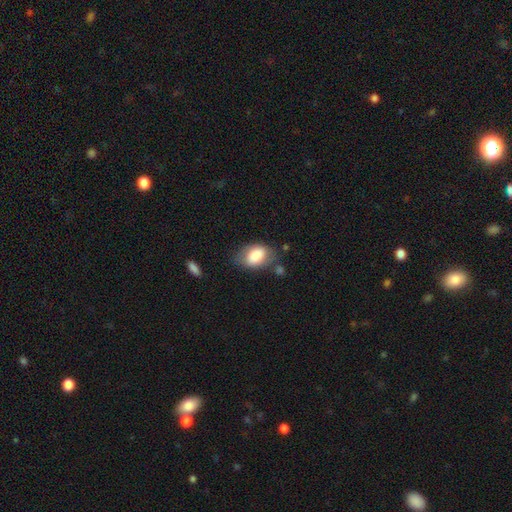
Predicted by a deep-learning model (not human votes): Smooth or featured?
  - smooth: 81% *
  - featured or disk: 12%
  - star or artifact: 7%
How rounded?
  - in between: 86% *
  - round: 13%
  - cigar-shaped: 1%
Merging?
  - none: 59% *
  - minor disturbance: 25%
  - major disturbance: 9%
  - merger: 6%